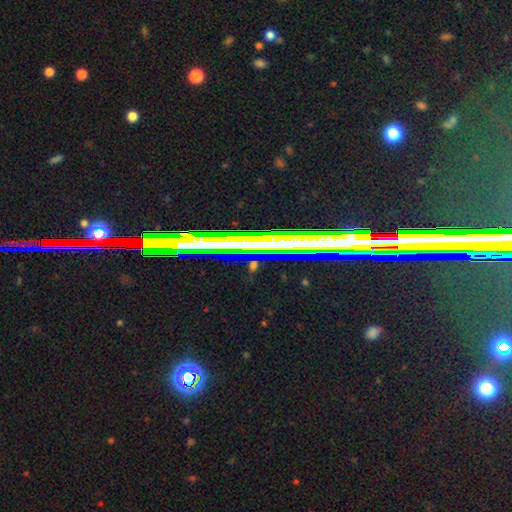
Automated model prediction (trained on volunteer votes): The model was most divided on "smooth or featured": star or artifact: 44%, featured or disk: 42%, smooth: 14%.